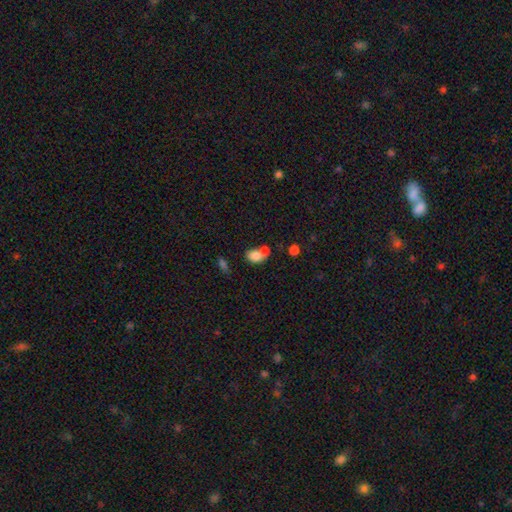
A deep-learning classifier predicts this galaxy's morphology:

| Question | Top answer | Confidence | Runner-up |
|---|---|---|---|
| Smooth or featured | smooth | 79% | featured or disk (12%) |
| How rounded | in between | 63% | round (36%) |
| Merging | merger | 54% | none (29%) |